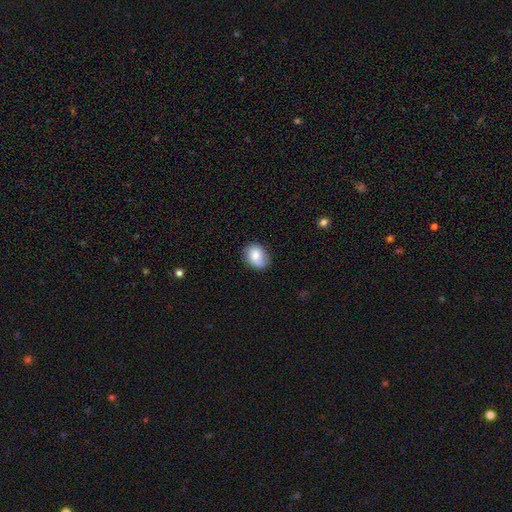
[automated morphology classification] Q: Smooth or featured?
A: smooth (76%); runner-up: featured or disk (16%)
Q: How rounded?
A: in between (61%); runner-up: round (38%)
Q: Merging?
A: none (68%); runner-up: minor disturbance (25%)